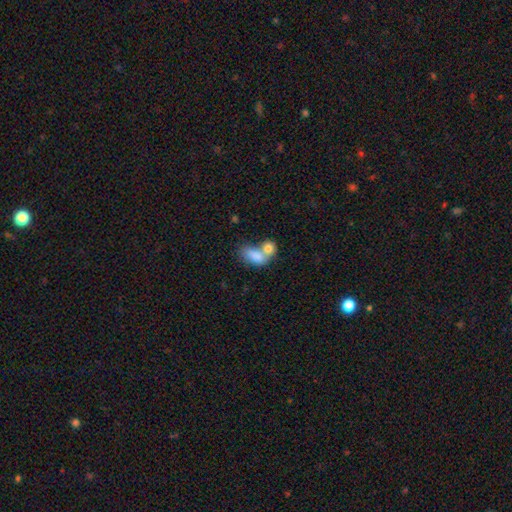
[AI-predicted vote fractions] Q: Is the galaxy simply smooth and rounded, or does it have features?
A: smooth — 80%.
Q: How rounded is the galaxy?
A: in between — 86%.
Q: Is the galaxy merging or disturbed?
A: merger — 66%.